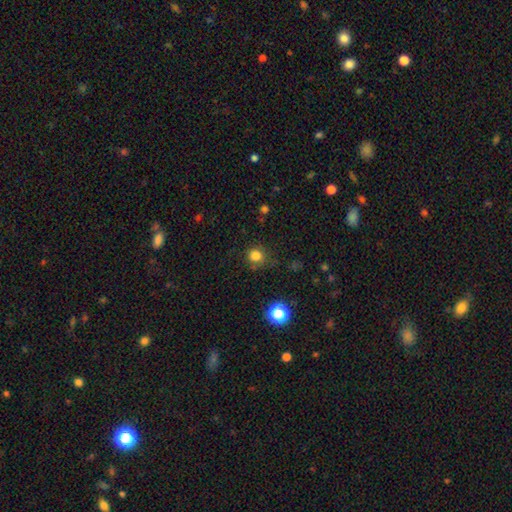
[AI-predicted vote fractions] This appears to be a smooth galaxy with no disk features (81%) that is round (90%). Merging: none (80%).